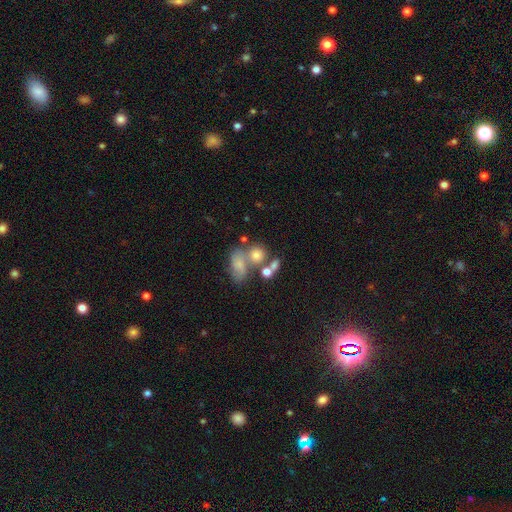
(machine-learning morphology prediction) The model was most divided on "smooth or featured": smooth: 35%, star or artifact: 34%, featured or disk: 31%. Remaining: merging — merger (45%).